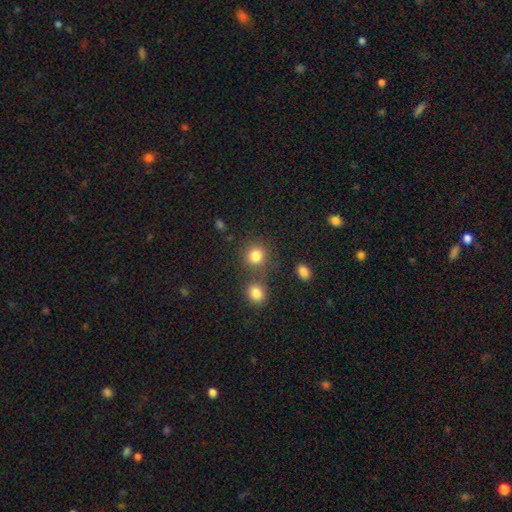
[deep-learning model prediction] Overall: smooth (82%). How rounded: round (84%). Merging: none (70%).